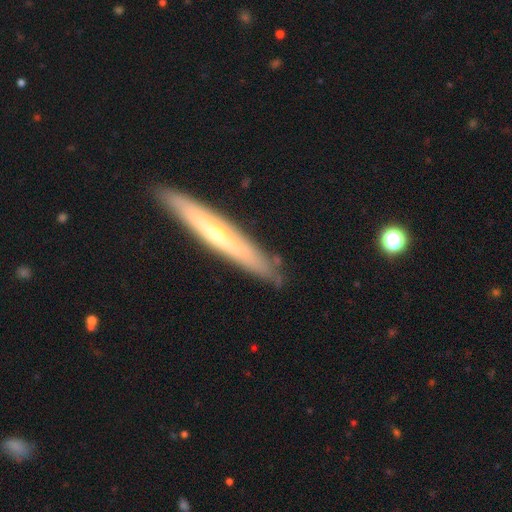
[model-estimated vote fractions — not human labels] Overall: featured or disk (64%; smooth 30%). Edge-on disk: yes (86%). Edge-on bulge: rounded (67%; none 30%). Merging: none (87%).